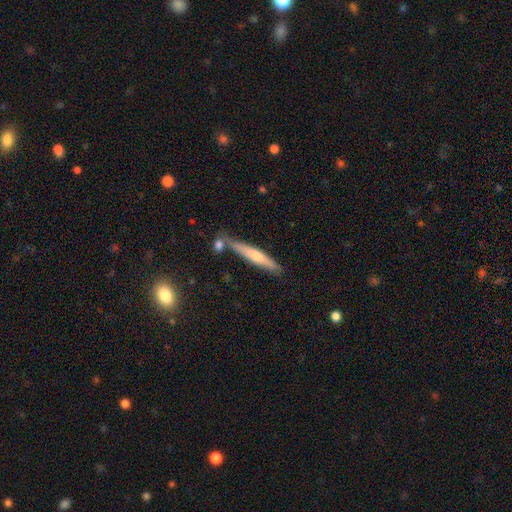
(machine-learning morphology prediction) Smooth or featured? smooth (49%)
Merging? none (74%)